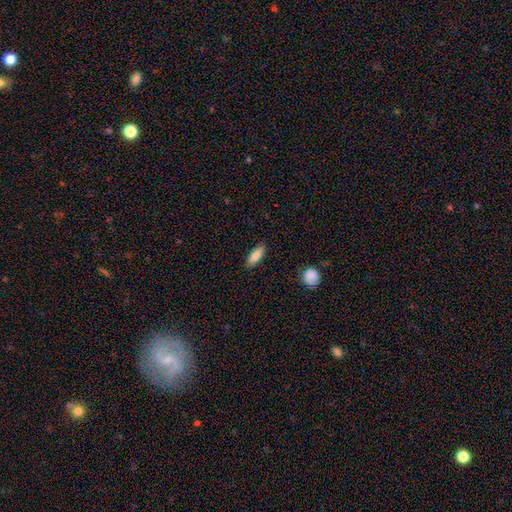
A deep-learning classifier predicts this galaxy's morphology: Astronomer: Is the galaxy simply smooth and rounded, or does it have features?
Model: smooth — 84%.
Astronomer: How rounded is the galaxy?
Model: in between — 65%.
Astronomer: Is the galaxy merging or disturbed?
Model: none — 87%.